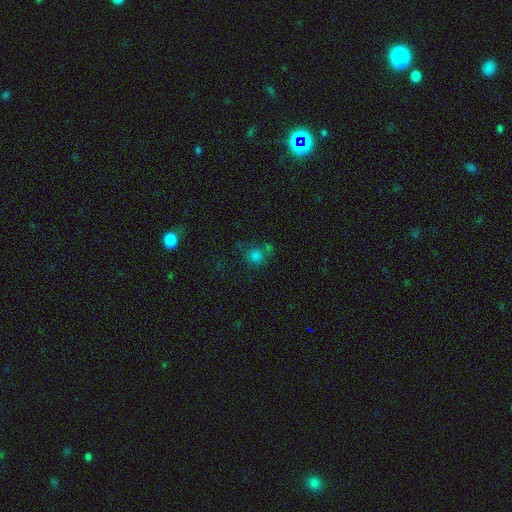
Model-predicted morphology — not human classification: A smooth galaxy with no disk features (74%) that is round (87%).

Vote fractions:
- Smooth or featured? smooth: 74% / star or artifact: 18% / featured or disk: 8%
- How rounded? round: 87% / in between: 12% / cigar-shaped: 1%
- Merging? none: 55% / merger: 21% / minor disturbance: 15% / major disturbance: 9%